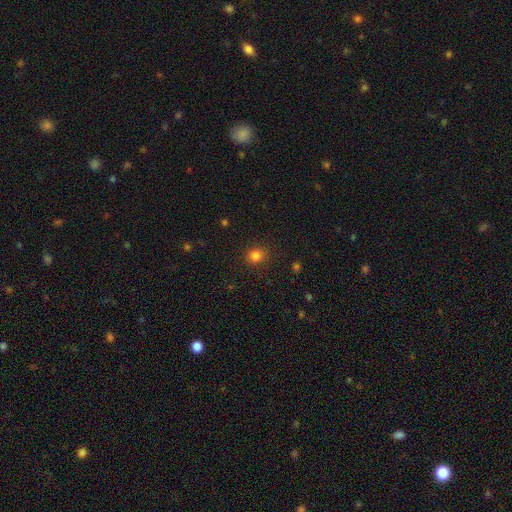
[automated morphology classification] Overall: smooth (82%). How rounded: round (83%). Merging: none (89%).